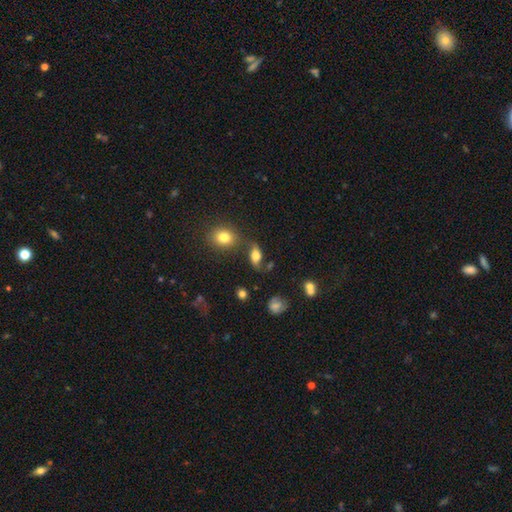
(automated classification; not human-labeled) Q: Smooth or featured?
A: smooth (58%); runner-up: featured or disk (31%)
Q: How rounded?
A: in between (79%); runner-up: round (13%)
Q: Merging?
A: none (60%); runner-up: minor disturbance (21%)